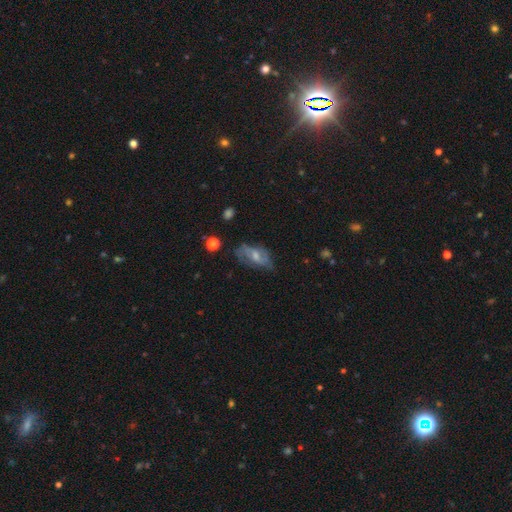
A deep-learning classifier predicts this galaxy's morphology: Smooth or featured? featured or disk (53%)
Edge-on disk? no (90%)
Merging? none (50%)